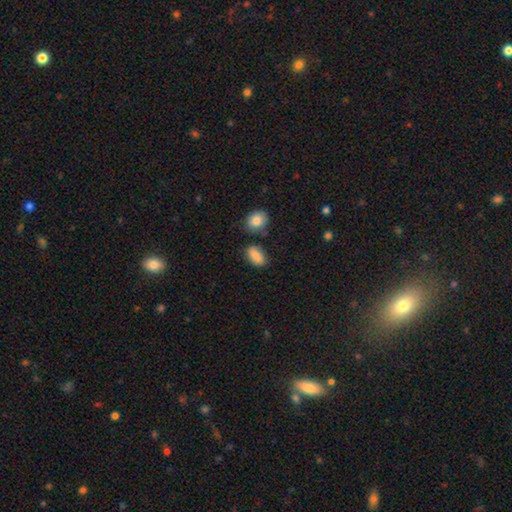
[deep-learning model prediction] smooth_or_featured: smooth (p=0.86) [alt: star or artifact p=0.08]
how_rounded: in between (p=0.90) [alt: round p=0.07]
merging: none (p=0.78) [alt: minor disturbance p=0.13]